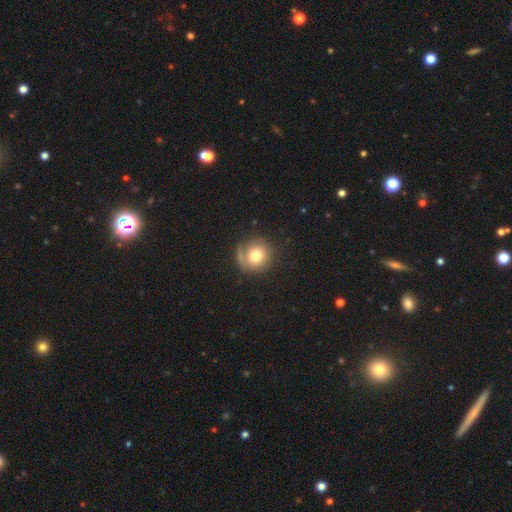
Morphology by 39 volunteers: Smooth or featured? 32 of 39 (82%) said smooth. How rounded? 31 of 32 (97%) said round. Merging? 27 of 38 (71%) said none.